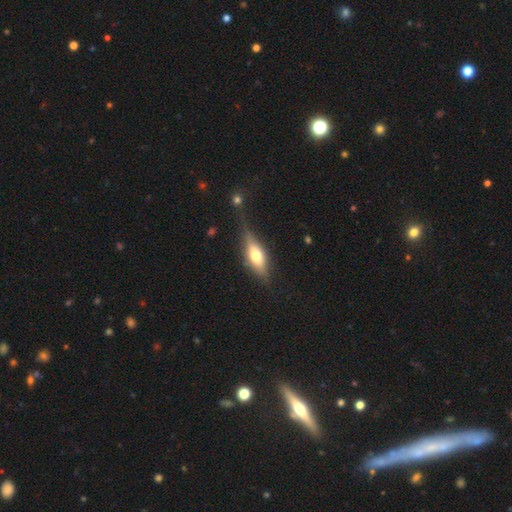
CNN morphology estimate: Smooth or featured: smooth — 52% (featured or disk — 41%)
How rounded: in between — 61% (cigar-shaped — 35%)
Merging: none — 65% (minor disturbance — 23%)